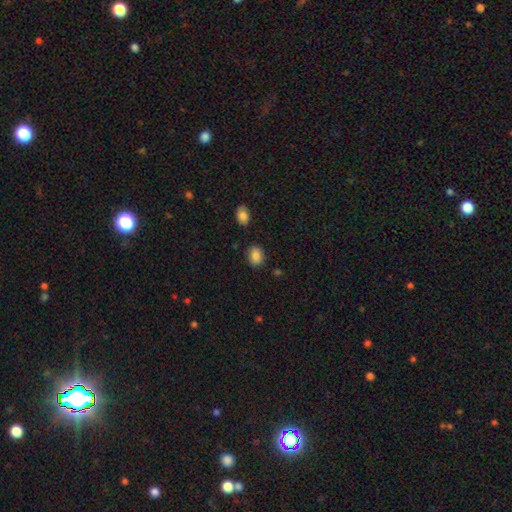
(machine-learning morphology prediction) smooth 86%, star or artifact 9%, featured or disk 6%. Down the decision tree: how rounded — in between (64%); merging — none (83%).